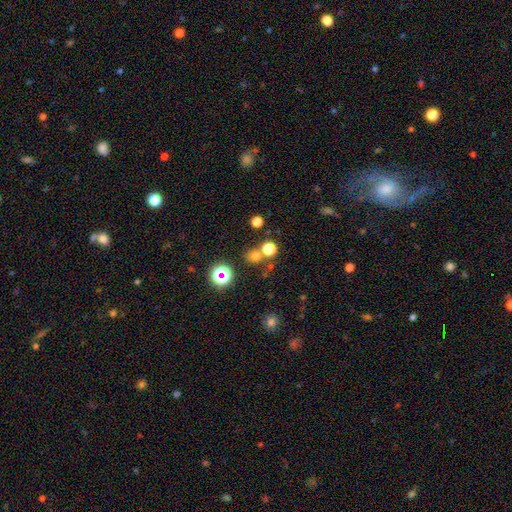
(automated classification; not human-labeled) Smooth or featured? smooth (64%)
How rounded? round (86%)
Merging? none (67%)